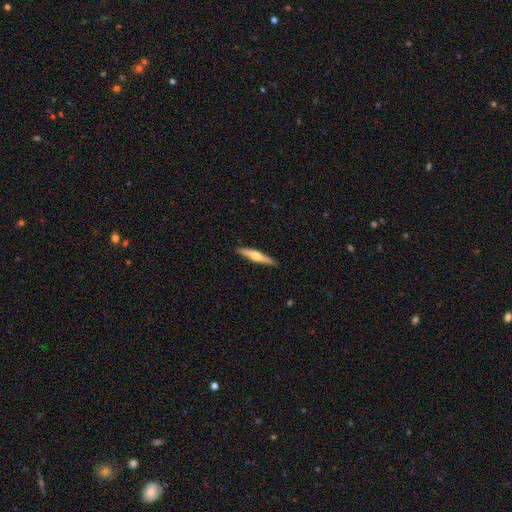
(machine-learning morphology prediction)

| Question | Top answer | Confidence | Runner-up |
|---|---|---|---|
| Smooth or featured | featured or disk | 54% | smooth (41%) |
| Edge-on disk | yes | 96% | no (4%) |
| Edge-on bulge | rounded | 90% | none (7%) |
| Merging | none | 91% | minor disturbance (7%) |